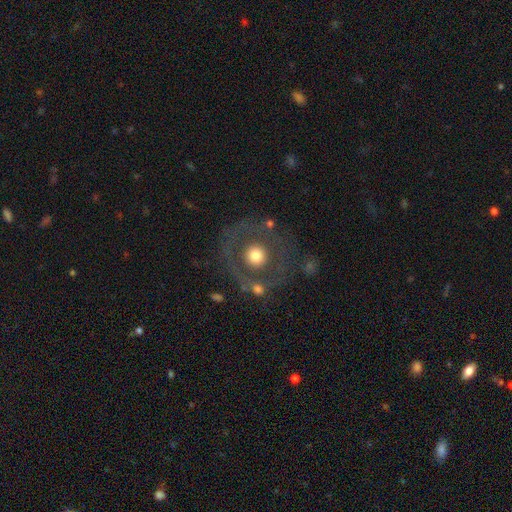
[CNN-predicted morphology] Overall: smooth (55%; featured or disk 36%). How rounded: round (92%). Merging: none (72%).